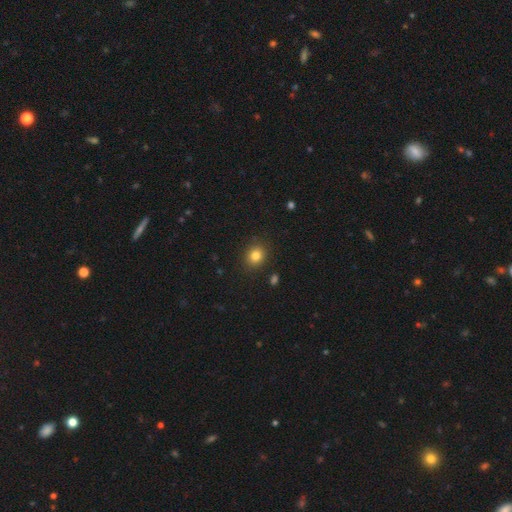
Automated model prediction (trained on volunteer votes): smooth-or-featured: smooth: 81% | star or artifact: 12% | featured or disk: 7%
  how-rounded: round: 73% | in between: 27% | cigar-shaped: 1%
  merging: none: 88% | minor disturbance: 8% | major disturbance: 2% | merger: 2%